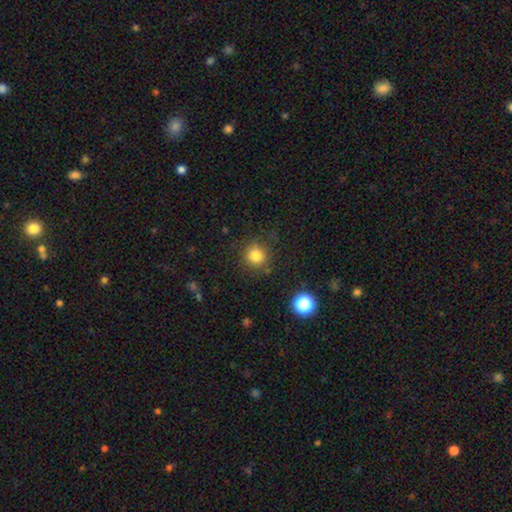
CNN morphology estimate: This appears to be a smooth galaxy with no disk features (81%) that is round (92%). Merging: none (84%).